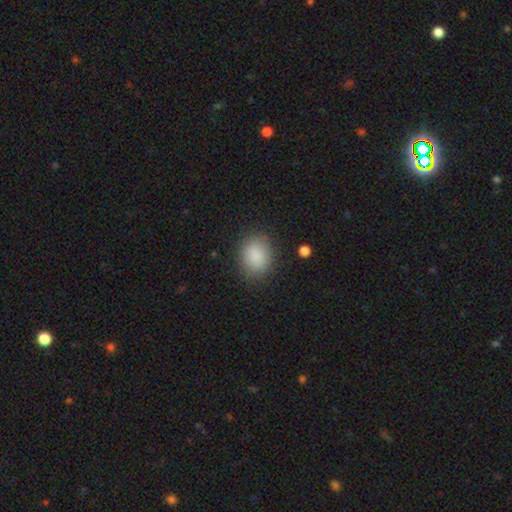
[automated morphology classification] type=smooth (87%); roundness=round (50%); merging=none (84%).